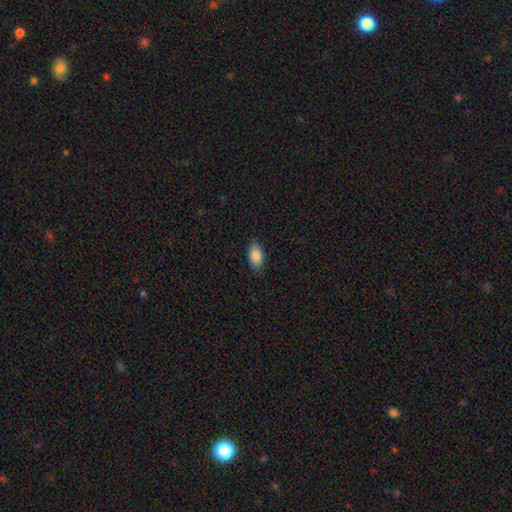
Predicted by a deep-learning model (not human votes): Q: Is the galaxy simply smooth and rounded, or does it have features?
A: smooth — 86%.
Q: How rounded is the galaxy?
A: in between — 91%.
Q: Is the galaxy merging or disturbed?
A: none — 82%.